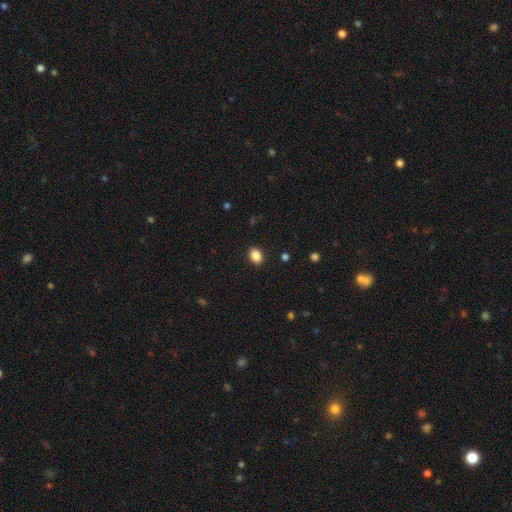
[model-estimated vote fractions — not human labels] smooth 87%, star or artifact 9%, featured or disk 4%. Down the decision tree: how rounded — in between (67%); merging — none (89%).